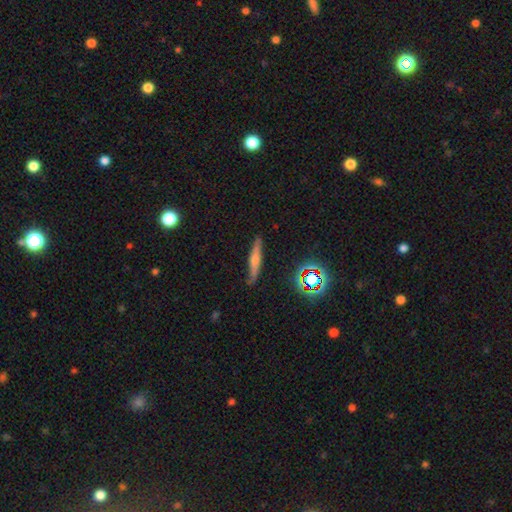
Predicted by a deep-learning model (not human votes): This appears to be a featured or disk galaxy (56%) viewed edge-on (92%) with a rounded central bulge (81%). Merging: none (85%).